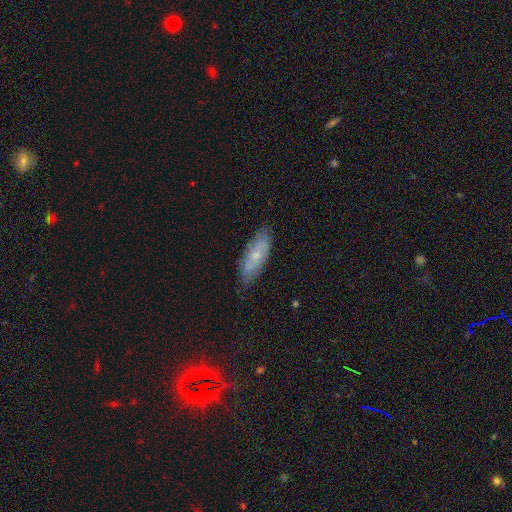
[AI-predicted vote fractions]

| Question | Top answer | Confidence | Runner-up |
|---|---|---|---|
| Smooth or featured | smooth | 54% | featured or disk (39%) |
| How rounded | in between | 67% | cigar-shaped (30%) |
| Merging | none | 78% | minor disturbance (17%) |